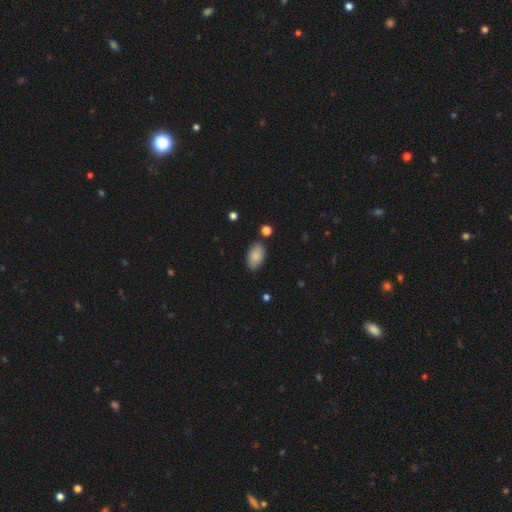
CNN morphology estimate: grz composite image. It shows a smooth galaxy with no disk features (85%) that is in between round and cigar-shaped (94%). Merging: none (83%).